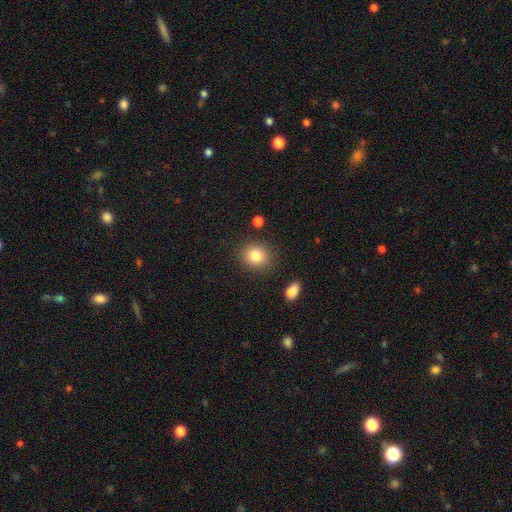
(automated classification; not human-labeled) Smooth or featured?
  - smooth: 83% *
  - star or artifact: 10%
  - featured or disk: 7%
How rounded?
  - round: 77% *
  - in between: 22%
  - cigar-shaped: 1%
Merging?
  - none: 87% *
  - minor disturbance: 8%
  - major disturbance: 3%
  - merger: 2%